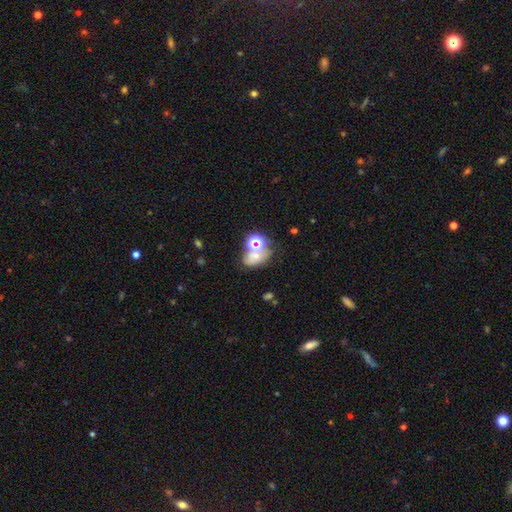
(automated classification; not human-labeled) smooth_or_featured: smooth (p=0.53) [alt: star or artifact p=0.29]
how_rounded: in between (p=0.65) [alt: round p=0.33]
merging: none (p=0.46) [alt: merger p=0.30]